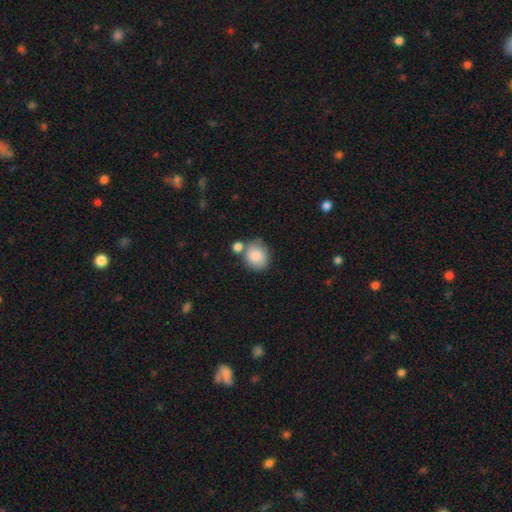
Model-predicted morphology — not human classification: A smooth galaxy with no disk features (84%) that is round (73%).

Vote fractions:
- Smooth or featured? smooth: 84% / featured or disk: 8% / star or artifact: 7%
- How rounded? round: 73% / in between: 27% / cigar-shaped: 1%
- Merging? none: 58% / merger: 22% / minor disturbance: 16% / major disturbance: 5%